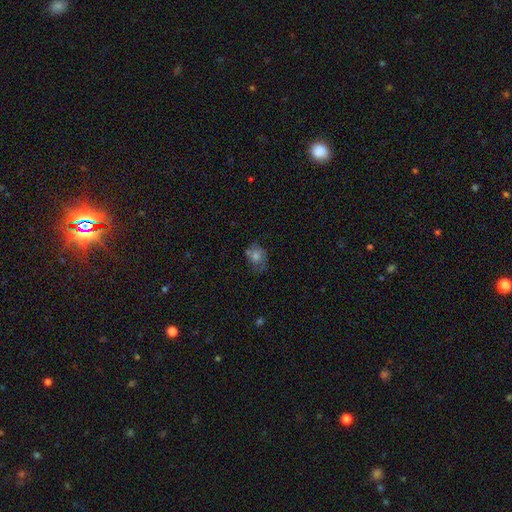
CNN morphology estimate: smooth 48%, featured or disk 33%, star or artifact 19%. Down the decision tree: merging — none (58%).